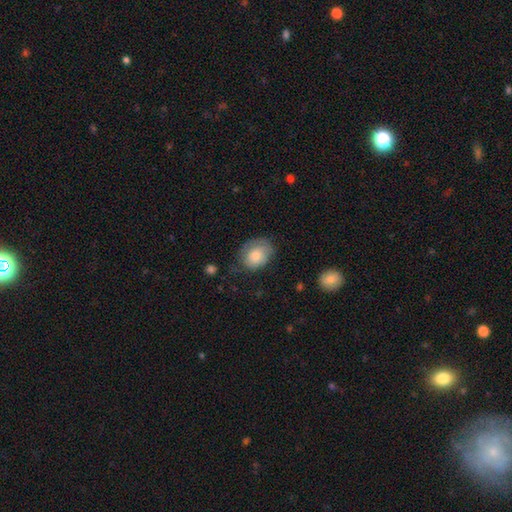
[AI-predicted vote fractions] Smooth or featured? smooth (70%)
How rounded? in between (62%)
Merging? none (55%)